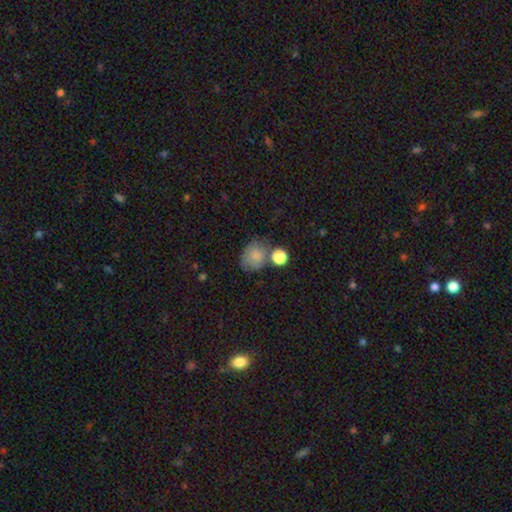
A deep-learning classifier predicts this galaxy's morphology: smooth-or-featured: smooth: 77% | featured or disk: 13% | star or artifact: 10%
  how-rounded: round: 60% | in between: 39% | cigar-shaped: 1%
  merging: none: 55% | minor disturbance: 22% | merger: 15% | major disturbance: 9%